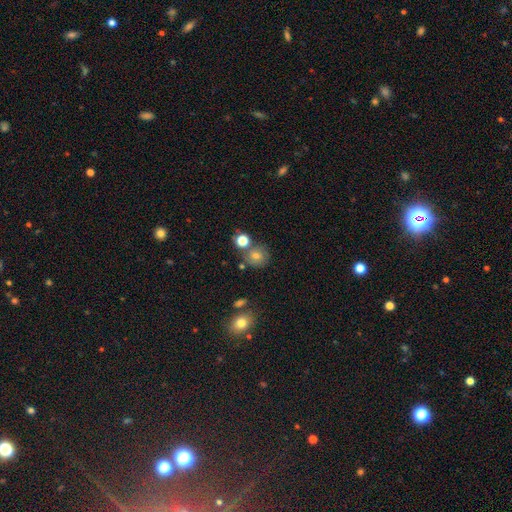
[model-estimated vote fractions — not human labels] Smooth or featured? Predicted: smooth (p=0.70). How rounded? Predicted: round (p=0.83). Merging? Predicted: none (p=0.70).